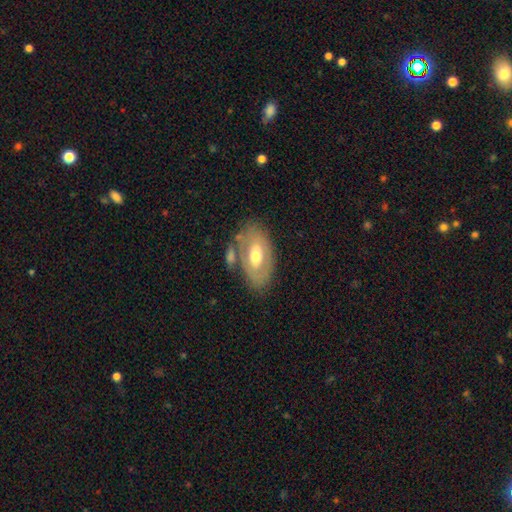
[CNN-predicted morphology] The model was most divided on "smooth or featured": featured or disk: 53%, smooth: 41%, star or artifact: 6%. More confident: edge-on disk — no (88%); merging — none (65%).